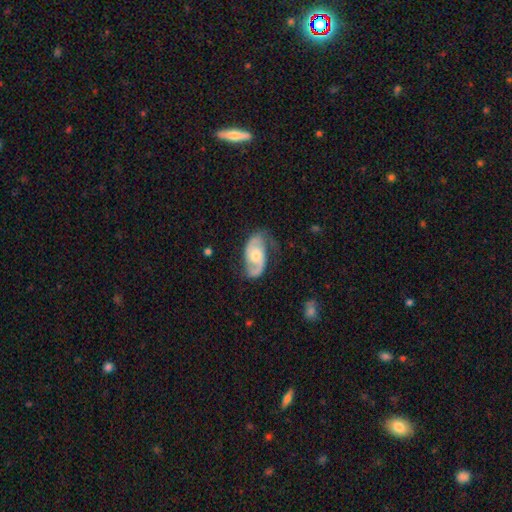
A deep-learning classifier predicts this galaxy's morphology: Overall: featured or disk (83%). Edge-on disk: no (96%). Bar: no (64%; weak 30%). Spiral arms: yes (95%). Spiral arm count: 2 (87%). Spiral winding: medium (50%; tight 28%). Bulge size: moderate (56%; small 34%). Merging: none (67%).